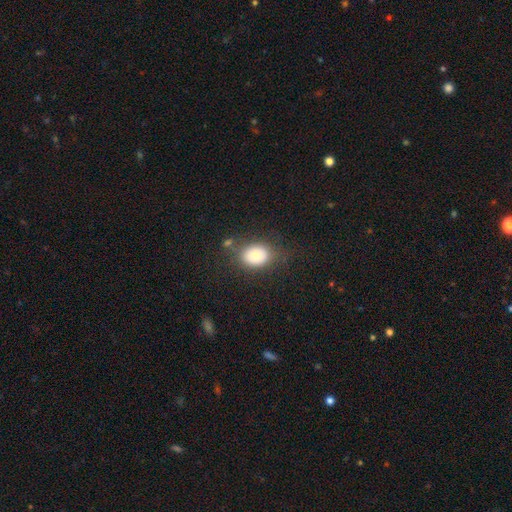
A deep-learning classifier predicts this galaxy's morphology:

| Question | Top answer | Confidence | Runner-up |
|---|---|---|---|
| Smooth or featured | smooth | 76% | featured or disk (14%) |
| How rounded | in between | 62% | round (36%) |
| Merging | none | 68% | minor disturbance (19%) |